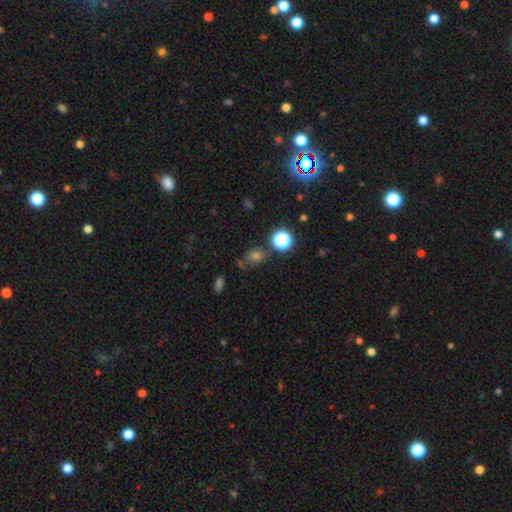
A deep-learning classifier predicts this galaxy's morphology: Overall: smooth (53%; star or artifact 37%). How rounded: round (54%; in between 44%). Merging: none (69%).